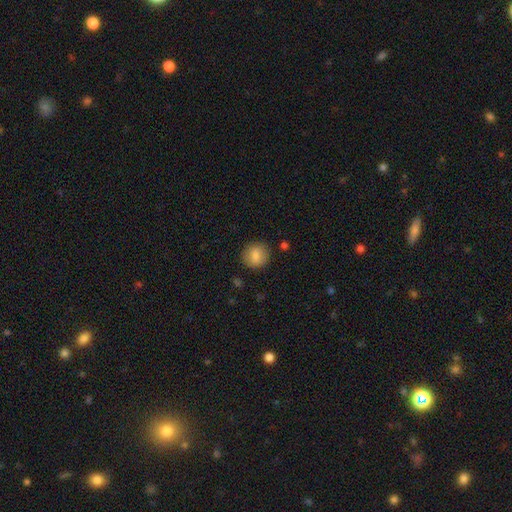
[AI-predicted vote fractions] smooth 81%, featured or disk 10%, star or artifact 8%. Down the decision tree: how rounded — round (82%); merging — none (85%).